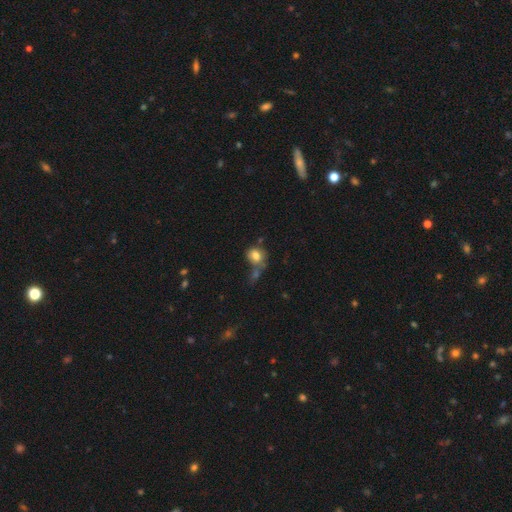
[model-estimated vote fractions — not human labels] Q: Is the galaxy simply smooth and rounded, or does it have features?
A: smooth — 79%.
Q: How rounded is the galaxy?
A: round — 63%.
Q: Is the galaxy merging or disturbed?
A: none — 41%.